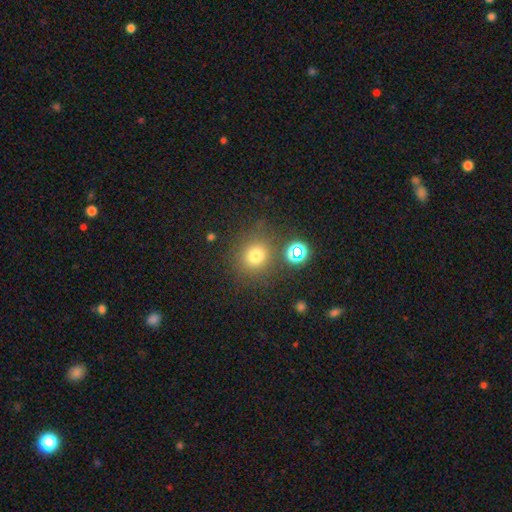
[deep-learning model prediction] Smooth or featured? smooth (74%)
How rounded? round (85%)
Merging? none (77%)